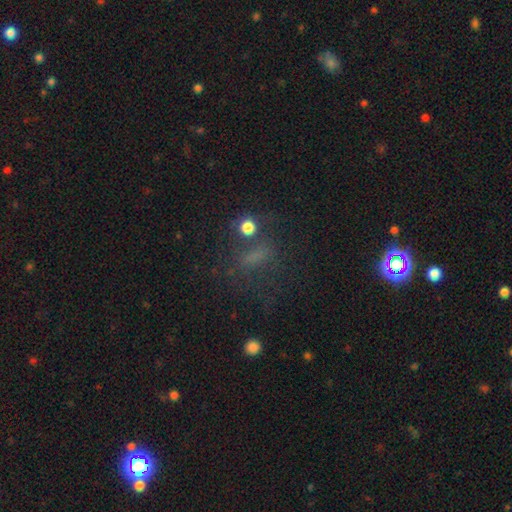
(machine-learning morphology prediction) smooth 47%, star or artifact 34%, featured or disk 19%. Down the decision tree: merging — none (58%).